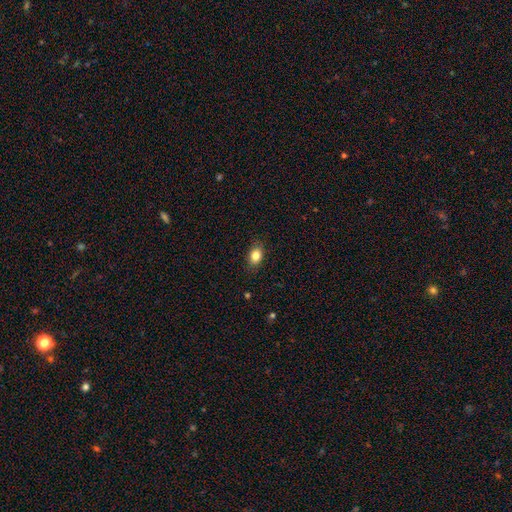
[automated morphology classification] A smooth galaxy with no disk features (84%) that is in between round and cigar-shaped (78%).

Vote fractions:
- Smooth or featured? smooth: 84% / star or artifact: 9% / featured or disk: 7%
- How rounded? in between: 78% / round: 20% / cigar-shaped: 2%
- Merging? none: 86% / minor disturbance: 11% / major disturbance: 2% / merger: 1%